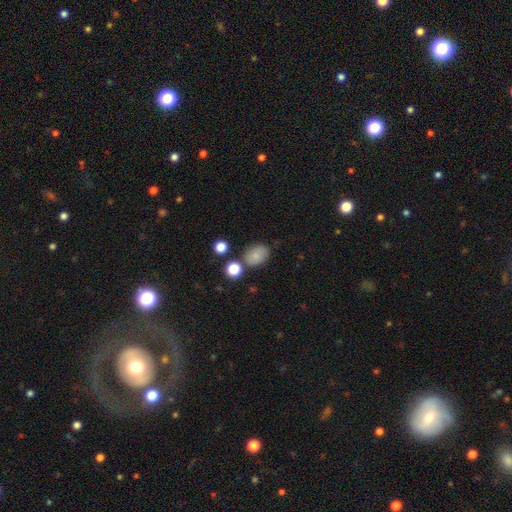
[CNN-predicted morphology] The model was most divided on "how rounded": in between: 72%, round: 27%, cigar-shaped: 1%. More confident: smooth or featured — smooth (80%); merging — none (72%).